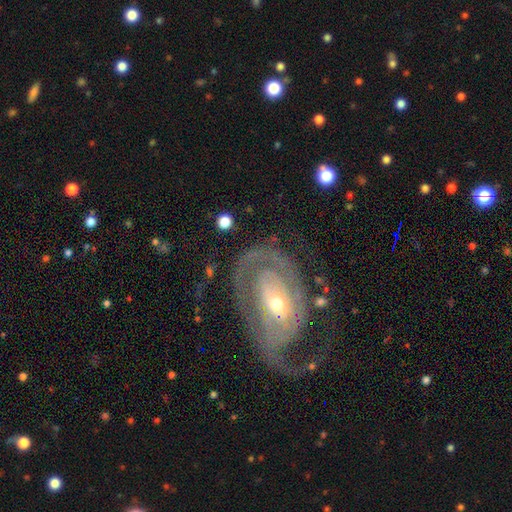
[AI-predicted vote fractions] featured or disk 88%, smooth 7%, star or artifact 5%. Down the decision tree: edge-on disk — no (96%); bar — no (52%); spiral arms — yes (92%); spiral arm count — 2 (57%); spiral winding — tight (59%); bulge size — small (57%); merging — none (60%).